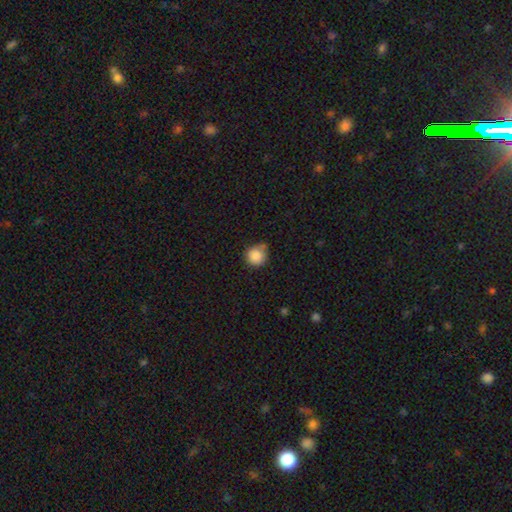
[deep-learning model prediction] This is clearly a smooth galaxy (87%). How rounded: clearly round (93%). Merging: likely none (67%).